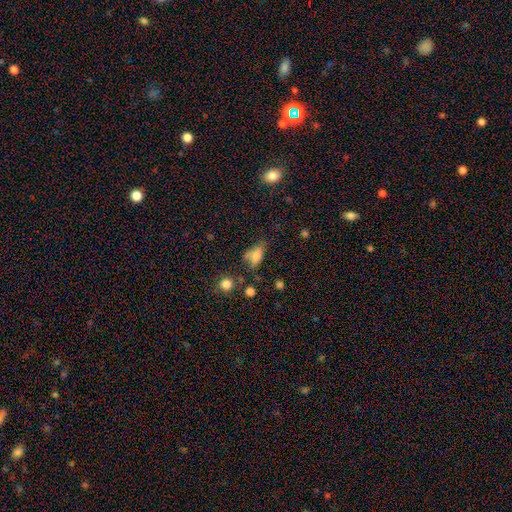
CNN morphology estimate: type=smooth (73%); roundness=in between (83%); merging=none (39%).